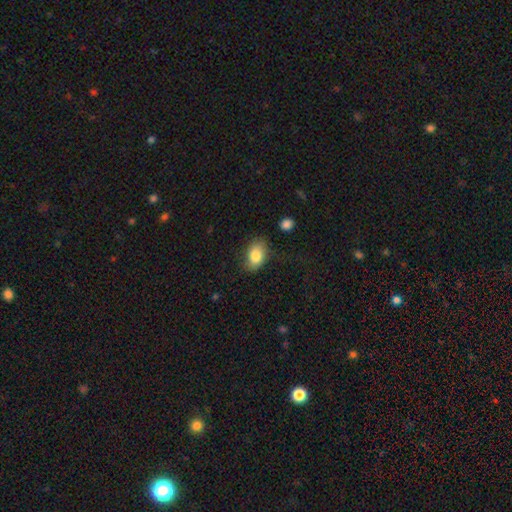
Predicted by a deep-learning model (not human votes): This appears to be a smooth galaxy with no disk features (82%) that is in between round and cigar-shaped (82%). Merging: none (71%).